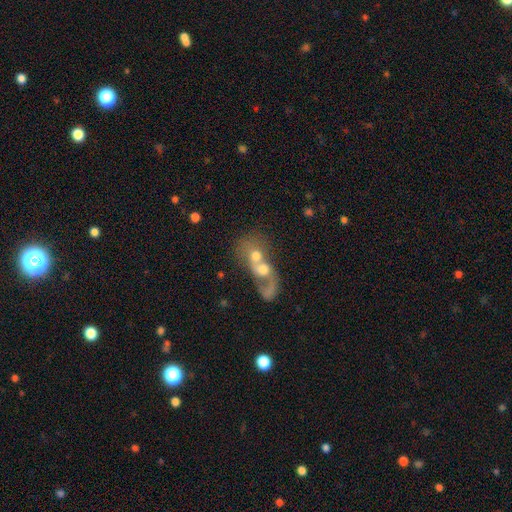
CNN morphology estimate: smooth_or_featured: smooth (p=0.47) [alt: featured or disk p=0.43]
merging: merger (p=0.81) [alt: major disturbance p=0.08]